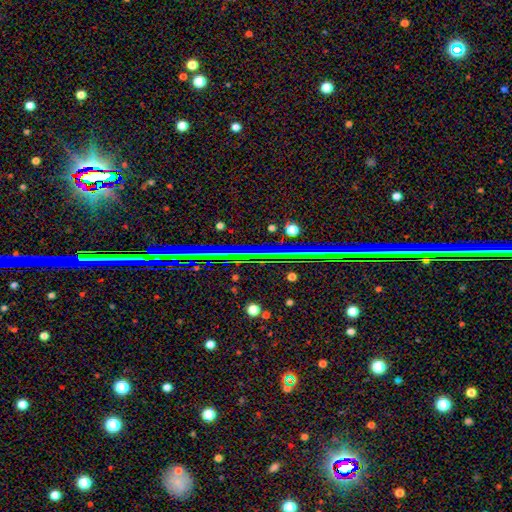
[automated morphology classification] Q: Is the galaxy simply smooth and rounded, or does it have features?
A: star or artifact — 78%.